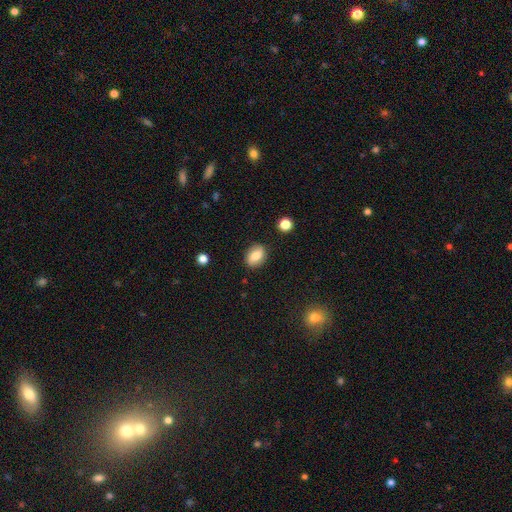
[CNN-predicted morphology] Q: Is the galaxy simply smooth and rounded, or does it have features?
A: smooth — 76%.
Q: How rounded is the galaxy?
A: in between — 73%.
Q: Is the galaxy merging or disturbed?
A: none — 85%.